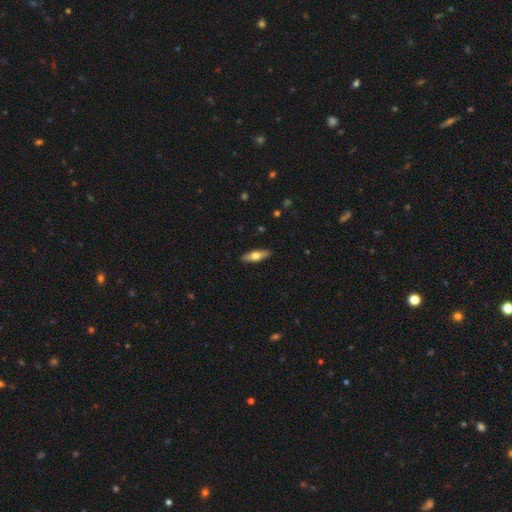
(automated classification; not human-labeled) Smooth or featured? Predicted: smooth (p=0.59). How rounded? Predicted: in between (p=0.50). Merging? Predicted: none (p=0.90).